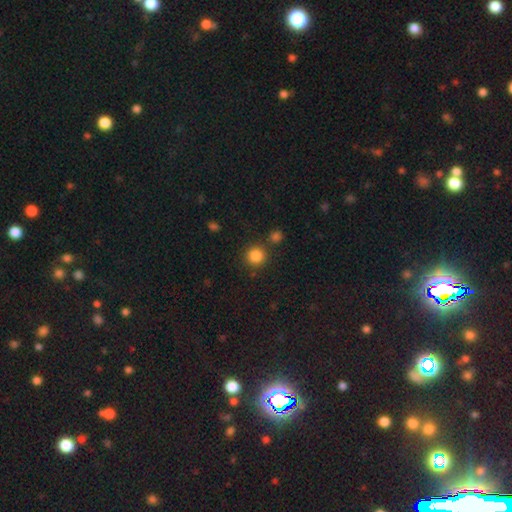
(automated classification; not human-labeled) Smooth or featured: smooth — 85% (star or artifact — 11%)
How rounded: round — 92% (in between — 7%)
Merging: none — 81% (merger — 8%)